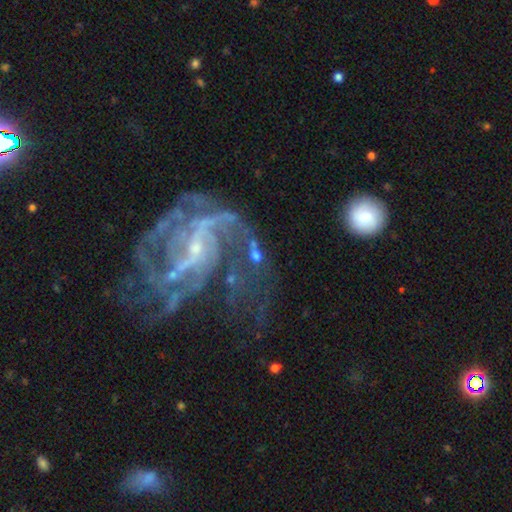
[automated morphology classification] A featured or disk galaxy (59%) with no bar (45%), spiral arms (83%) and a small central bulge (49%).

Vote fractions:
- Smooth or featured? featured or disk: 59% / smooth: 25% / star or artifact: 16%
- Edge-on disk? no: 93% / yes: 7%
- Bar? no: 45% / weak: 34% / strong: 21%
- Spiral arms? yes: 83% / no: 17%
- Bulge size? small: 49% / moderate: 32% / none: 8% / large: 7% / dominant: 3%
- Merging? none: 49% / major disturbance: 19% / minor disturbance: 18% / merger: 15%